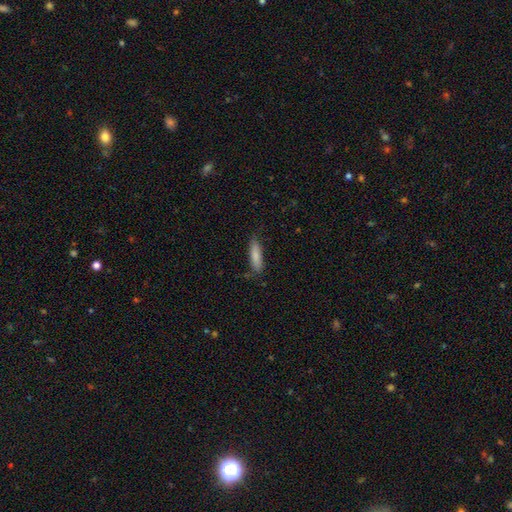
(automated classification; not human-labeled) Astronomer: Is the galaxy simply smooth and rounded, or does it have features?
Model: smooth — 84%.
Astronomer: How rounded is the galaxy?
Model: cigar-shaped — 68%.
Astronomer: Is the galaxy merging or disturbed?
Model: none — 78%.